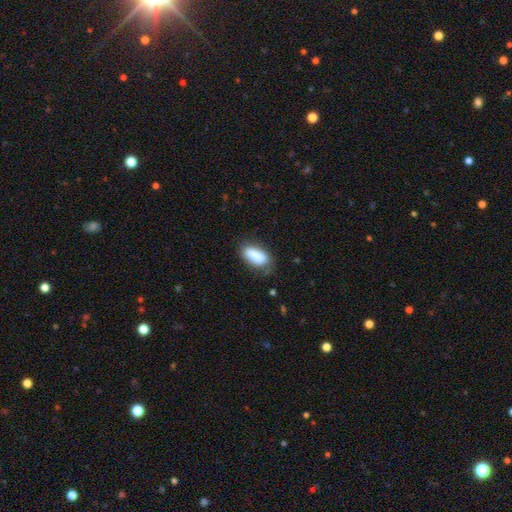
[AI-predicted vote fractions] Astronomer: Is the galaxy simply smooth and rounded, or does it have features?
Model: smooth — 84%.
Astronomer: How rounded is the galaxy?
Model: in between — 81%.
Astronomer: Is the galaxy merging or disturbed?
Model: none — 66%.